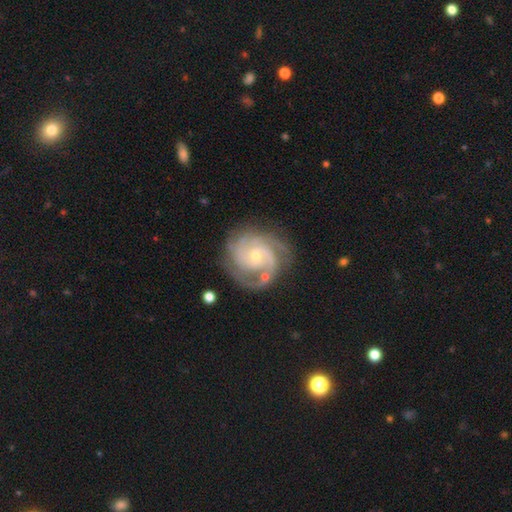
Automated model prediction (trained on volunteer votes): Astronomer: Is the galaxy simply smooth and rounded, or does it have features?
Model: featured or disk — 90%.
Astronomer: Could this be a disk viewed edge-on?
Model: no — 98%.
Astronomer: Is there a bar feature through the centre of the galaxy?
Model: no — 70%.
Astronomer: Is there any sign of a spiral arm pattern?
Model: yes — 98%.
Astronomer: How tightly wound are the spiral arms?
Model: tight — 63%.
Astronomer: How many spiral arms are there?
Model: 3 — 42% (runner-up: 2, 24%).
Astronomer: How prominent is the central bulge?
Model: small — 66%.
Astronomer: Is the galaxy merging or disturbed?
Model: none — 73%.